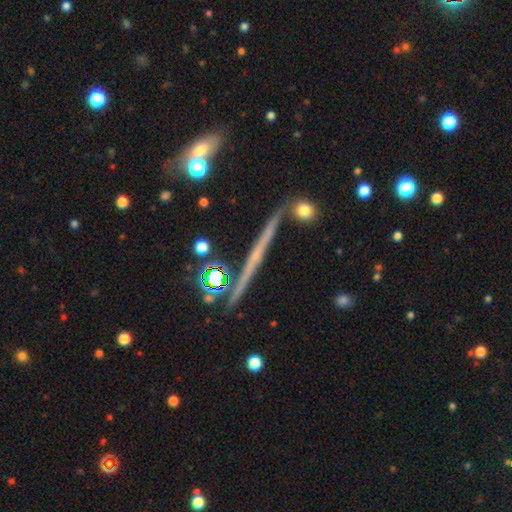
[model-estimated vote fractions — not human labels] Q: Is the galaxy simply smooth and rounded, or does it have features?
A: featured or disk — 65%.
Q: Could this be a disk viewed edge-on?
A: yes — 95%.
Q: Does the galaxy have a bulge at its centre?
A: none — 66%.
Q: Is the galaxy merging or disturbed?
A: none — 81%.